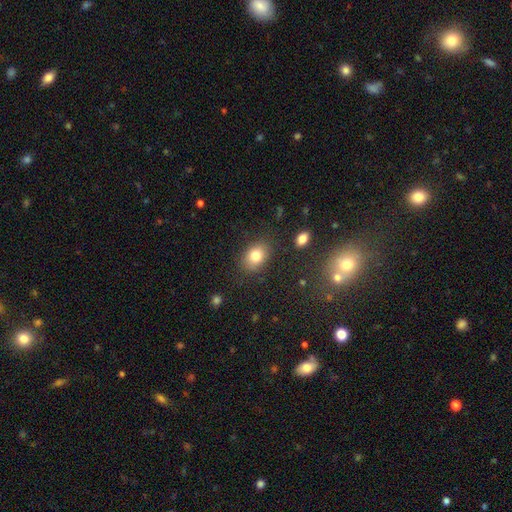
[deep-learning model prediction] Morphology: type=smooth (81%); roundness=in between (68%); merging=none (82%).